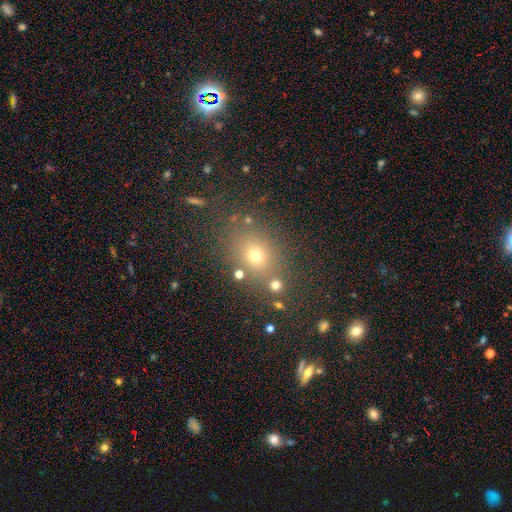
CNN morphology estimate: Smooth or featured?
  - smooth: 64% *
  - star or artifact: 24%
  - featured or disk: 11%
How rounded?
  - round: 58% *
  - in between: 41%
  - cigar-shaped: 1%
Merging?
  - none: 78% *
  - minor disturbance: 11%
  - merger: 7%
  - major disturbance: 5%